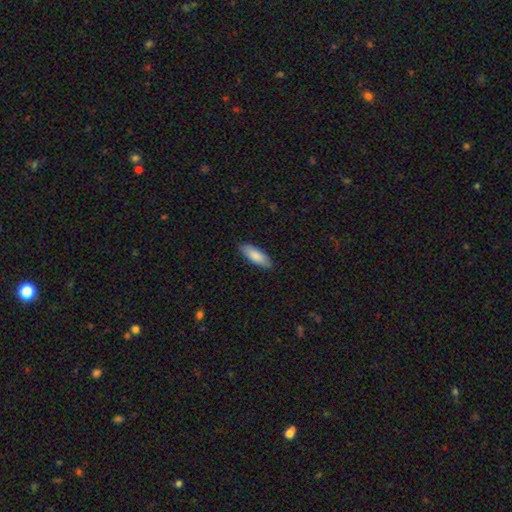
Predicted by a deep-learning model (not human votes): Q: Smooth or featured?
A: smooth (86%); runner-up: featured or disk (9%)
Q: How rounded?
A: in between (64%); runner-up: cigar-shaped (34%)
Q: Merging?
A: none (88%); runner-up: minor disturbance (10%)